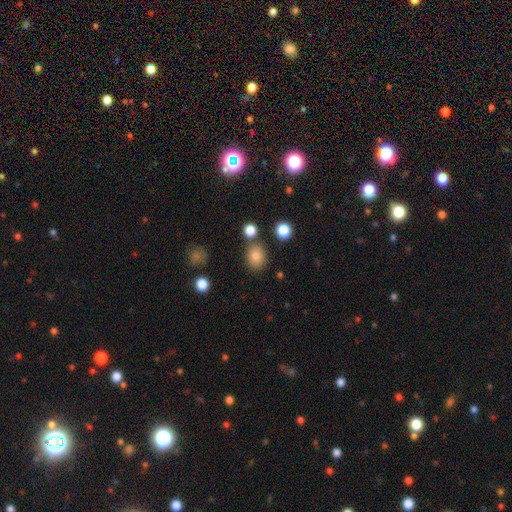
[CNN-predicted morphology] smooth-or-featured: smooth: 81% | star or artifact: 12% | featured or disk: 7%
  how-rounded: round: 61% | in between: 38% | cigar-shaped: 1%
  merging: none: 76% | minor disturbance: 11% | merger: 9% | major disturbance: 3%